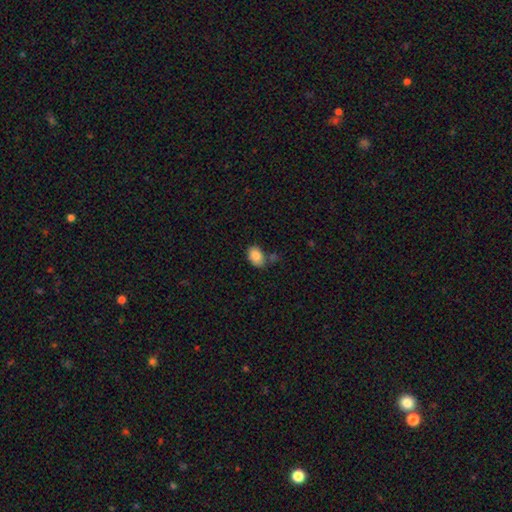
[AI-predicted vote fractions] smooth_or_featured: smooth (p=0.86) [alt: star or artifact p=0.08]
how_rounded: in between (p=0.79) [alt: round p=0.20]
merging: none (p=0.62) [alt: minor disturbance p=0.20]